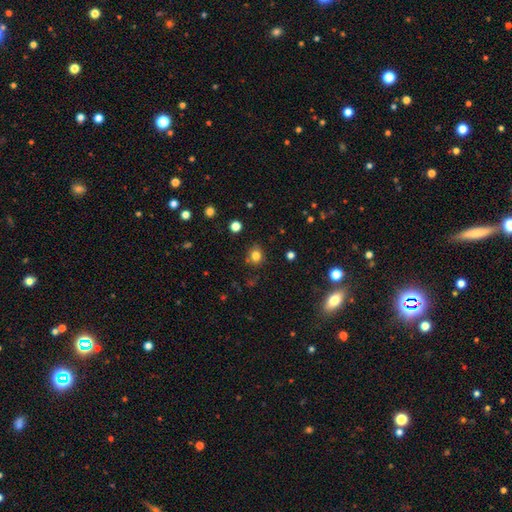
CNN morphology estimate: Smooth or featured?
  - smooth: 80% *
  - star or artifact: 14%
  - featured or disk: 6%
How rounded?
  - round: 76% *
  - in between: 23%
  - cigar-shaped: 1%
Merging?
  - none: 81% *
  - minor disturbance: 12%
  - merger: 4%
  - major disturbance: 3%